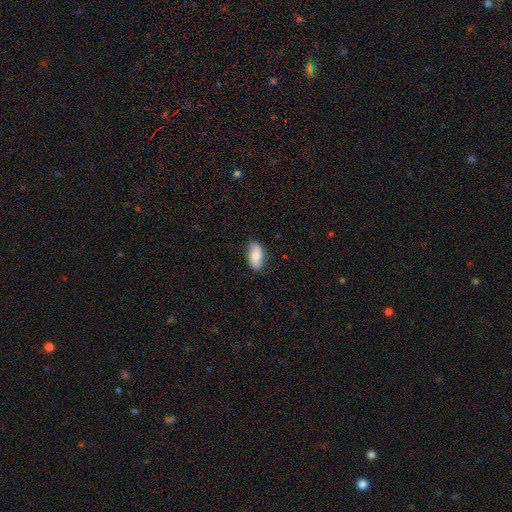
Morphology: type=smooth (78%); roundness=in between (100%); merging=none (79%).